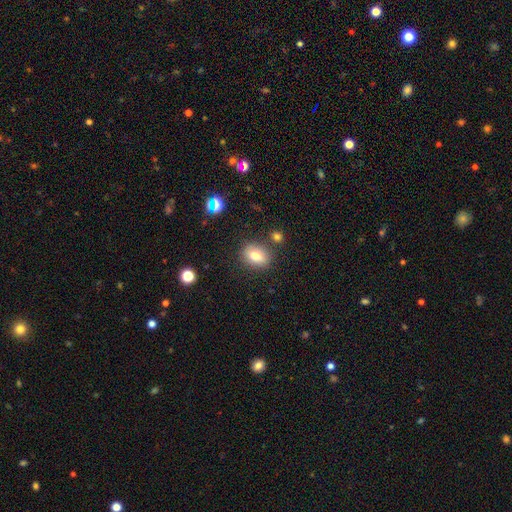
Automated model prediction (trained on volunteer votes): This appears to be a smooth galaxy with no disk features (76%) that is in between round and cigar-shaped (66%). Merging: none (80%).